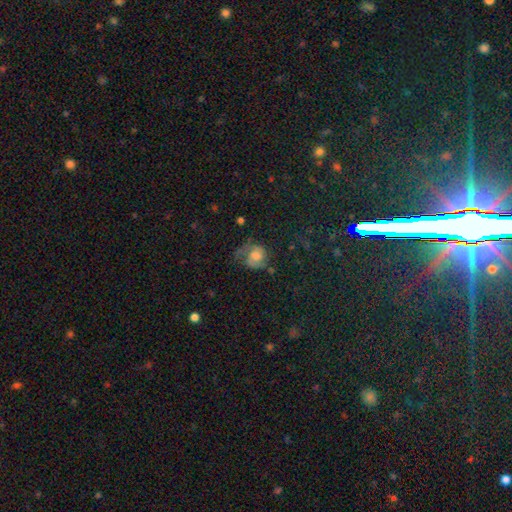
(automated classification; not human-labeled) This is possibly a featured or disk galaxy (52%). It is clearly not viewed edge-on (97%). Bar: likely no (68%). Spiral arm pattern: clearly yes (83%). Central bulge: possibly moderate (52%). Merging: marginally none (44%).